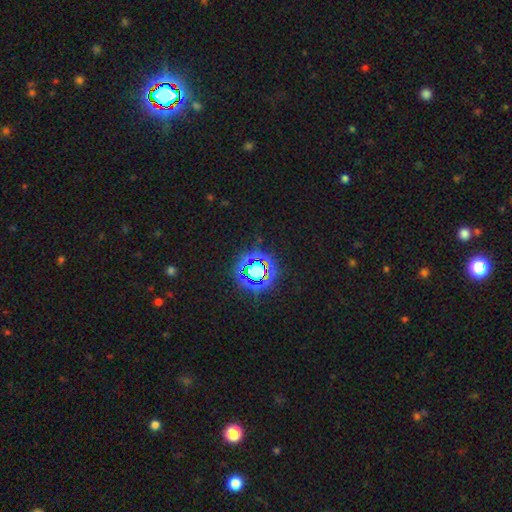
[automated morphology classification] Smooth or featured?
  - star or artifact: 80% *
  - smooth: 14%
  - featured or disk: 6%